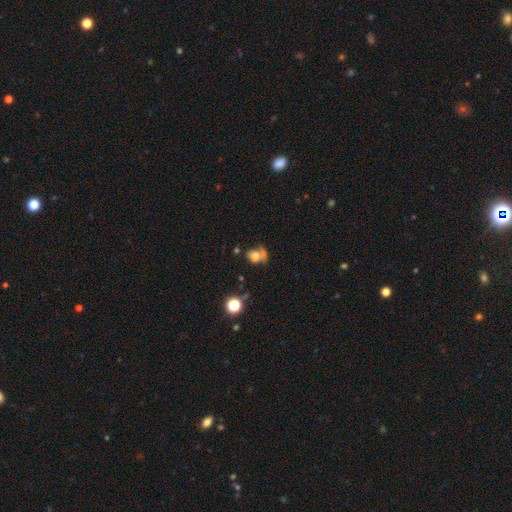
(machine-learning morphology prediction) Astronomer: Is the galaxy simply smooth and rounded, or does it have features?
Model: smooth — 62%.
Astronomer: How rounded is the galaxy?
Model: in between — 53% (runner-up: round, 46%).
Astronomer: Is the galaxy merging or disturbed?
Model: merger — 32%, tied with none at 32%.